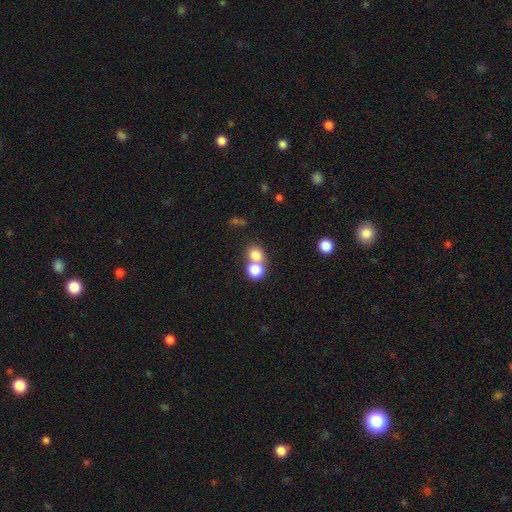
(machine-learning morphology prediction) smooth-or-featured: smooth: 78% | star or artifact: 12% | featured or disk: 10%
  how-rounded: round: 73% | in between: 26% | cigar-shaped: 1%
  merging: merger: 53% | none: 39% | minor disturbance: 6% | major disturbance: 3%